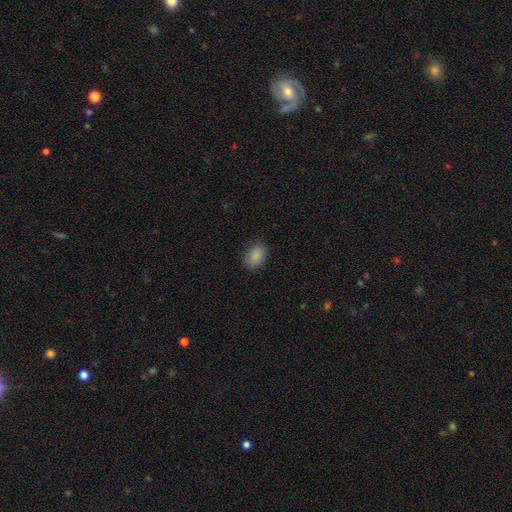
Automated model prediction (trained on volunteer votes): A smooth galaxy with no disk features (88%) that is in between round and cigar-shaped (68%). Merging: none (86%).